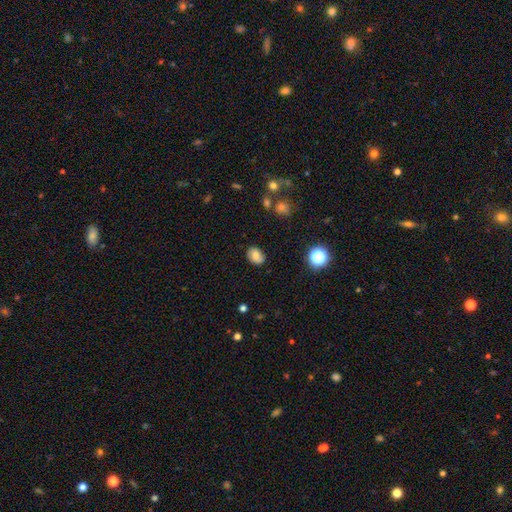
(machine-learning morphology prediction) A smooth galaxy with no disk features (66%) that is in between round and cigar-shaped (67%).

Vote fractions:
- Smooth or featured? smooth: 66% / featured or disk: 22% / star or artifact: 12%
- How rounded? in between: 67% / round: 32% / cigar-shaped: 1%
- Merging? none: 78% / minor disturbance: 16% / major disturbance: 4% / merger: 2%